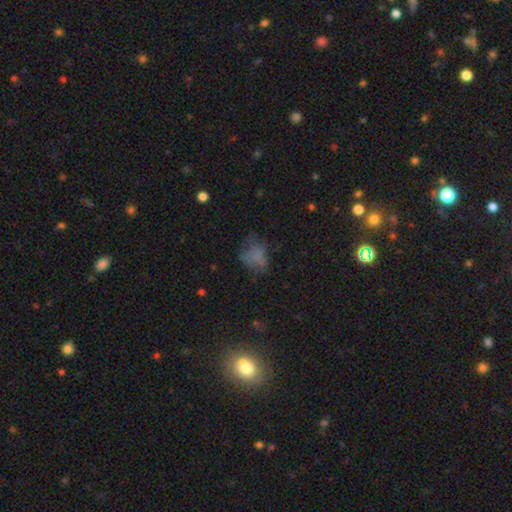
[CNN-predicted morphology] A smooth galaxy with no disk features (58%) that is in between round and cigar-shaped (52%).

Vote fractions:
- Smooth or featured? smooth: 58% / featured or disk: 25% / star or artifact: 18%
- How rounded? in between: 52% / round: 47% / cigar-shaped: 1%
- Merging? none: 42% / major disturbance: 29% / minor disturbance: 26% / merger: 3%